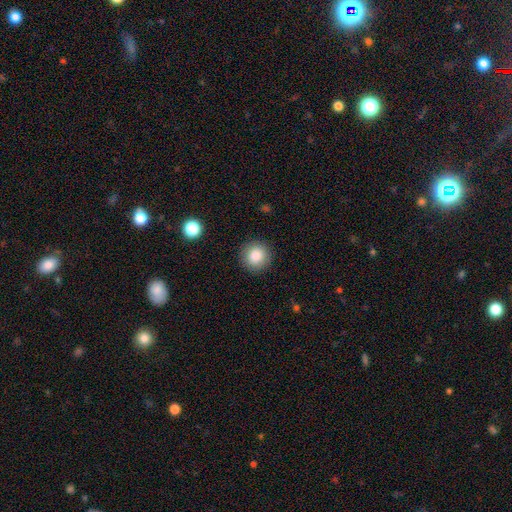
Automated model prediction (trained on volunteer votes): The model was most divided on "smooth or featured": smooth: 85%, star or artifact: 9%, featured or disk: 6%. More confident: how rounded — round (94%); merging — none (91%).